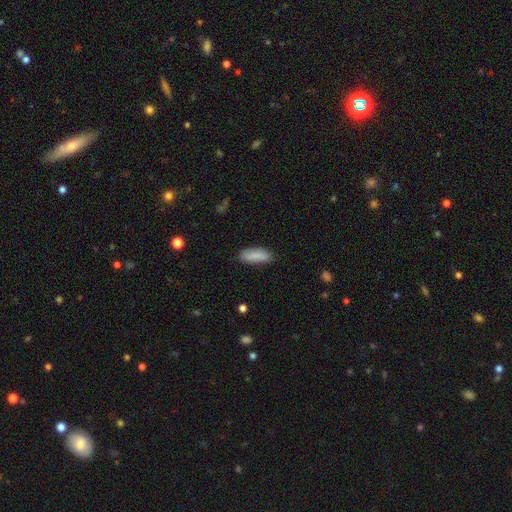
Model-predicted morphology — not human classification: The model was most divided on "how rounded": in between: 70%, cigar-shaped: 29%, round: 2%. More confident: smooth or featured — smooth (88%); merging — none (81%).